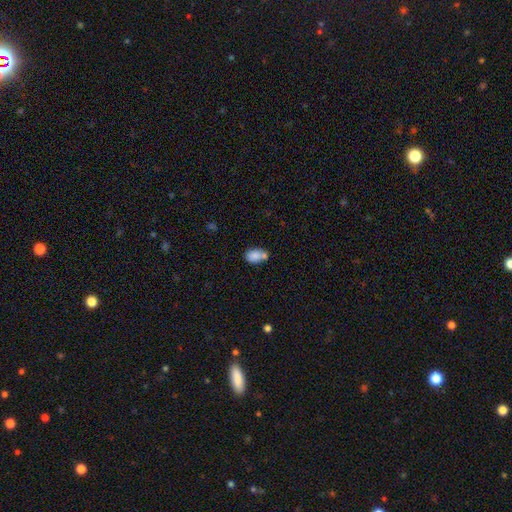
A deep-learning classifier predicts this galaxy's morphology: This is clearly a smooth galaxy (81%). How rounded: clearly in between (81%). Merging: marginally none (41%).